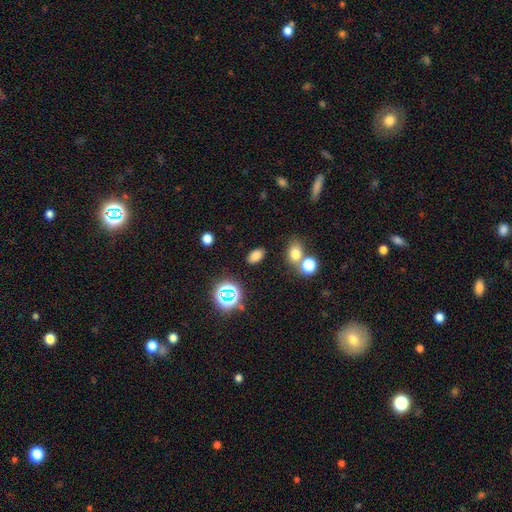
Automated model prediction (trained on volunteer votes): Overall: smooth (75%). How rounded: in between (88%). Merging: none (83%).